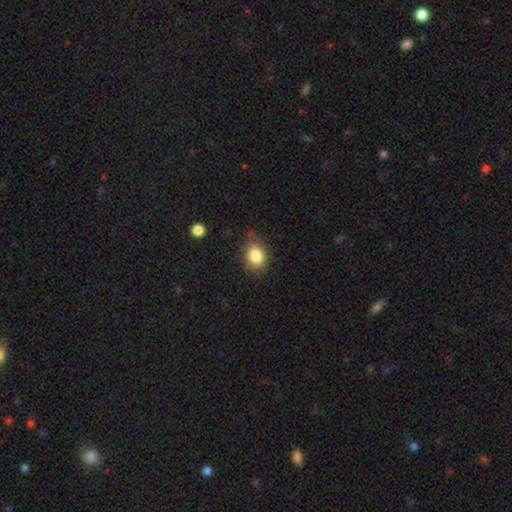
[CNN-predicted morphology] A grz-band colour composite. It shows a smooth galaxy with no disk features (84%) that is in between round and cigar-shaped (61%). Merging: none (74%).